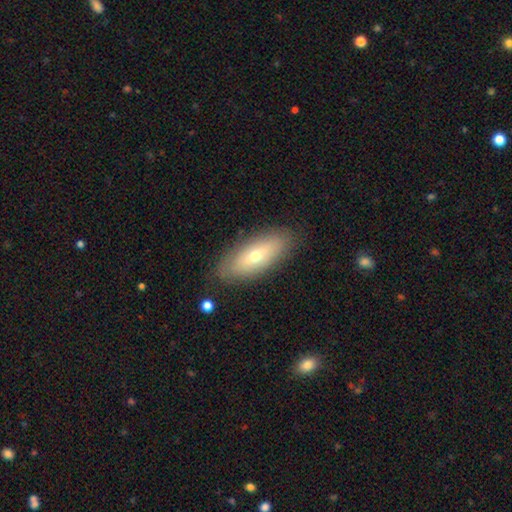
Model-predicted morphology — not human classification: Q: Smooth or featured?
A: smooth (55%); runner-up: featured or disk (37%)
Q: How rounded?
A: in between (73%); runner-up: cigar-shaped (24%)
Q: Merging?
A: none (84%); runner-up: minor disturbance (11%)